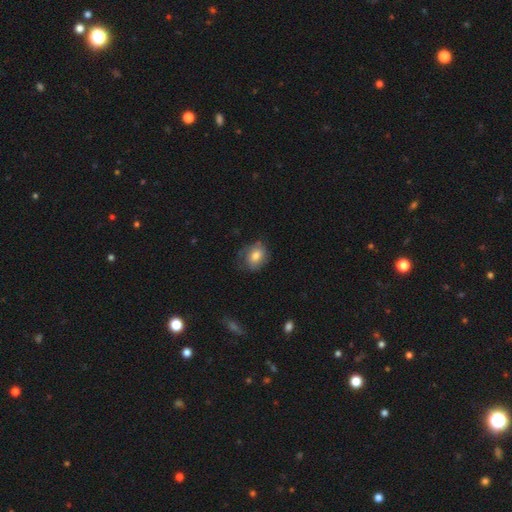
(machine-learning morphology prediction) Smooth or featured? Predicted: smooth (p=0.67). How rounded? Predicted: in between (p=0.51). Merging? Predicted: none (p=0.60).